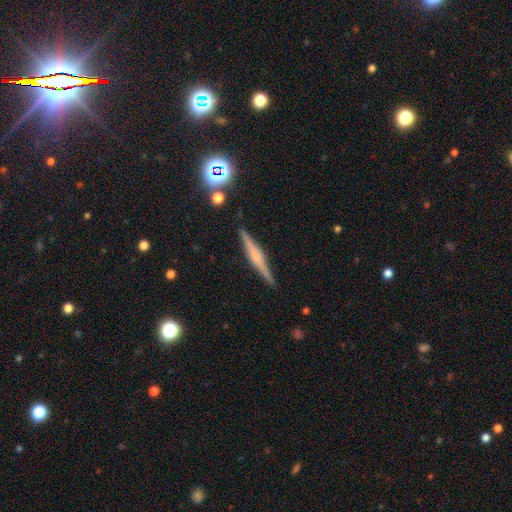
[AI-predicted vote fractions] Q: Smooth or featured?
A: featured or disk (69%); runner-up: smooth (23%)
Q: Edge-on disk?
A: yes (98%); runner-up: no (2%)
Q: Edge-on bulge?
A: rounded (55%); runner-up: boxy (30%)
Q: Merging?
A: none (89%); runner-up: minor disturbance (8%)